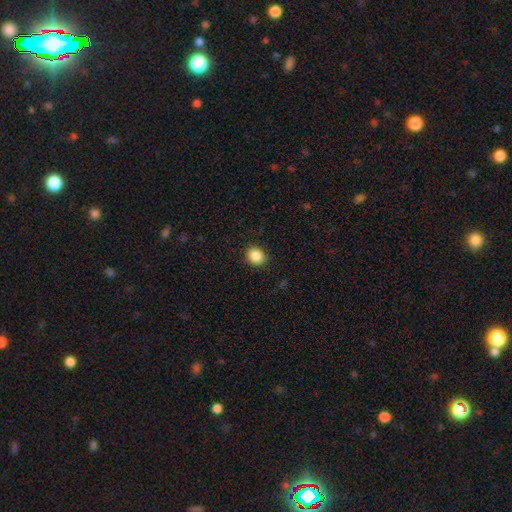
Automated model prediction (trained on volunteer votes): Morphology: type=smooth (87%); roundness=round (75%); merging=none (90%).